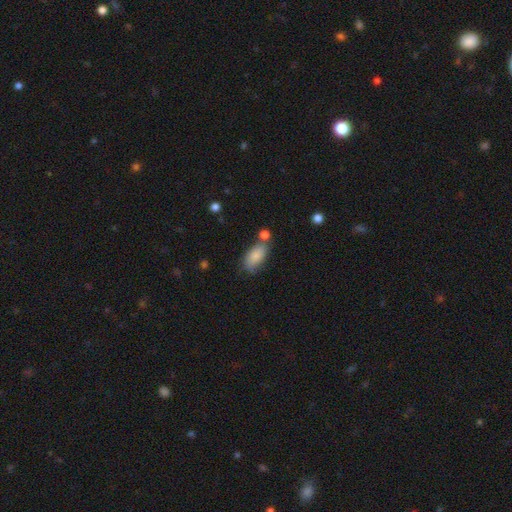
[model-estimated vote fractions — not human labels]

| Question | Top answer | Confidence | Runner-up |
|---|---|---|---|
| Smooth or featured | smooth | 85% | featured or disk (9%) |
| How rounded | in between | 91% | cigar-shaped (6%) |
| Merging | none | 55% | minor disturbance (20%) |